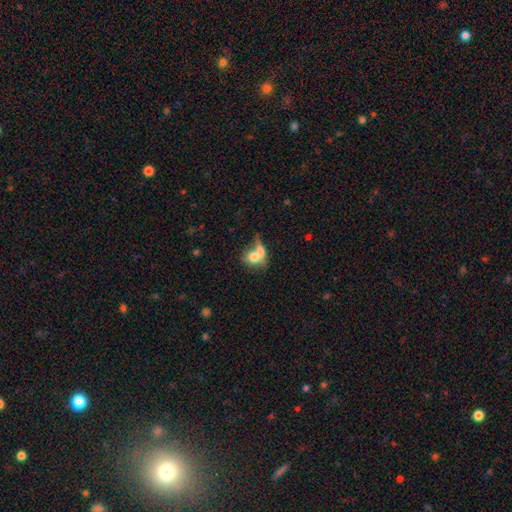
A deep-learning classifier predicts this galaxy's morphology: The model was most divided on "how rounded": round: 54%, in between: 42%, cigar-shaped: 5%. More confident: smooth or featured — smooth (70%); merging — merger (59%).